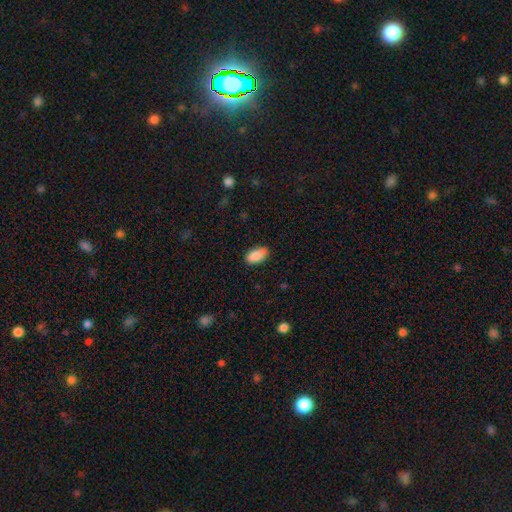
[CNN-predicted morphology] The model was most divided on "merging": none: 74%, minor disturbance: 20%, major disturbance: 3%, merger: 3%. More confident: how rounded — in between (93%); smooth or featured — smooth (87%).